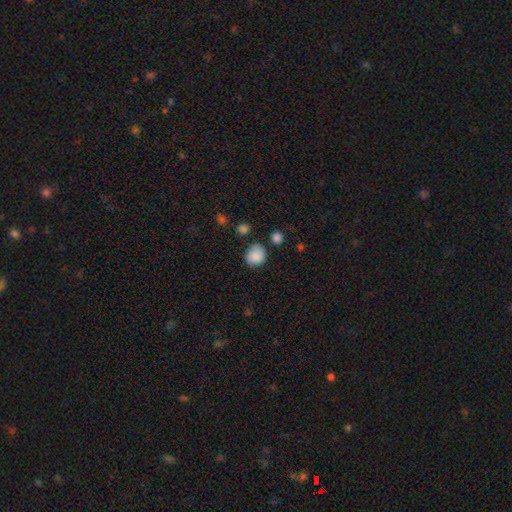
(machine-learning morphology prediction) Smooth or featured?
  - smooth: 87% *
  - star or artifact: 9%
  - featured or disk: 4%
How rounded?
  - round: 74% *
  - in between: 25%
  - cigar-shaped: 1%
Merging?
  - none: 72% *
  - minor disturbance: 19%
  - major disturbance: 5%
  - merger: 4%